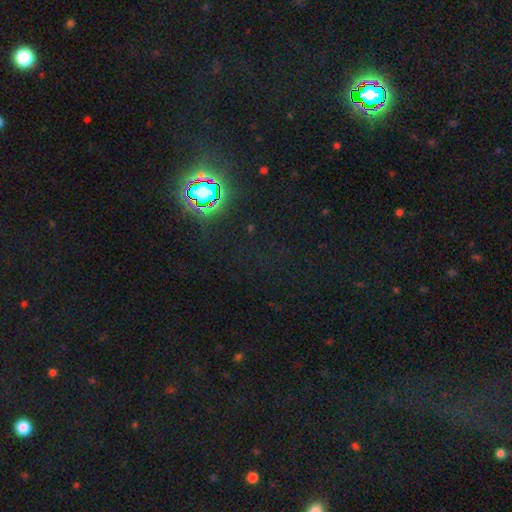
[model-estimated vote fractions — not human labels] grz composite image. It shows a star or artifact, not a galaxy (81%).